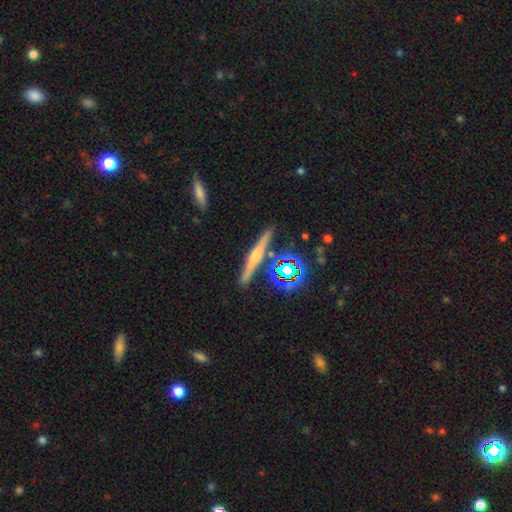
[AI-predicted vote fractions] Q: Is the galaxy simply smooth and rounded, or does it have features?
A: featured or disk — 53%.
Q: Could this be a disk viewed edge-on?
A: yes — 95%.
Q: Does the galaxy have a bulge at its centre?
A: rounded — 67%.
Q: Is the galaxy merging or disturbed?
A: none — 86%.